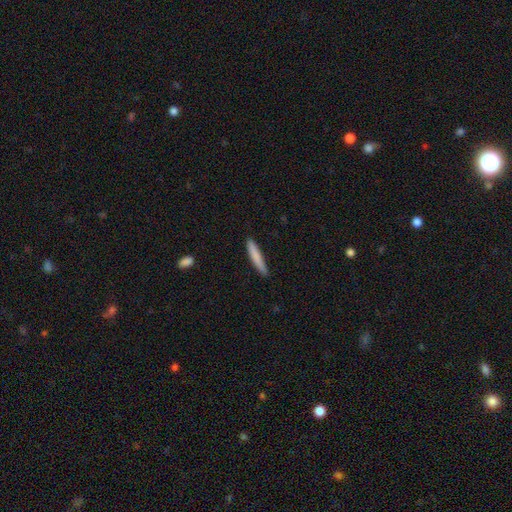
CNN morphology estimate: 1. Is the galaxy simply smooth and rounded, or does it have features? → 80% smooth, 14% featured or disk, 6% star or artifact.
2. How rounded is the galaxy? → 93% cigar-shaped, 6% in between, 1% round.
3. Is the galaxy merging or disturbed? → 87% none, 10% minor disturbance, 2% major disturbance, 1% merger.